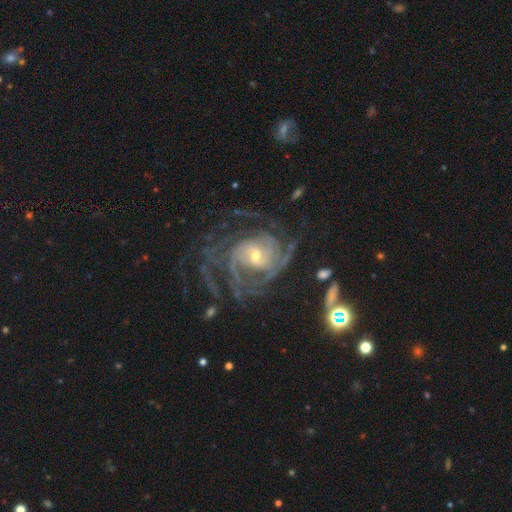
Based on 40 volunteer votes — Morphology: type=featured or disk (95%); edge-on=no (100%); bar=no (61%); spiral arms=yes (100%); winding=tight (68%); arm count=more than 4 (29%); bulge=small (53%); merging=none (56%).